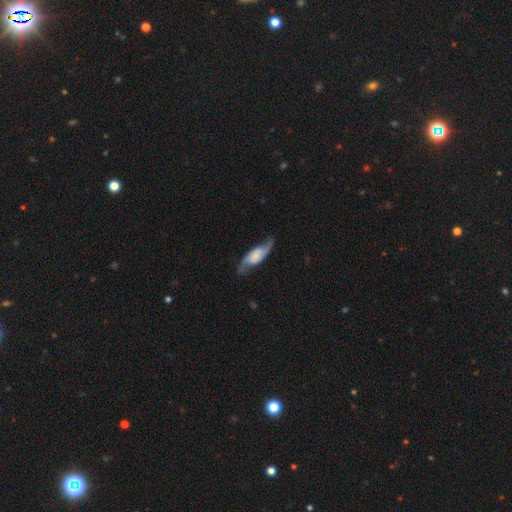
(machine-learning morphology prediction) A featured or disk galaxy (77%) with no bar (56%), 2 (92%) loose (62%) spiral arms (95%) and no central bulge (37%).

Vote fractions:
- Smooth or featured? featured or disk: 77% / smooth: 17% / star or artifact: 6%
- Edge-on disk? no: 89% / yes: 11%
- Bar? no: 56% / weak: 31% / strong: 13%
- Spiral arms? yes: 95% / no: 5%
- Spiral winding? loose: 62% / medium: 29% / tight: 8%
- Spiral arm count? 2: 92% / can't tell: 3% / 1: 2% / 3: 1% / 4: 1% / more than 4: 1%
- Bulge size? none: 37% / small: 22% / large: 19% / moderate: 15% / dominant: 7%
- Merging? none: 76% / minor disturbance: 16% / major disturbance: 6% / merger: 2%